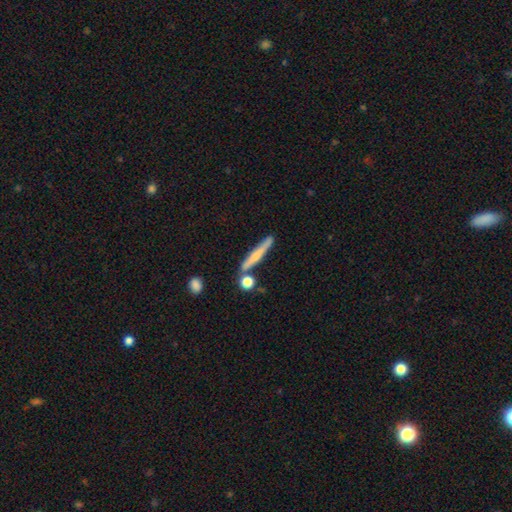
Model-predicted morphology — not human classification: smooth-or-featured: smooth: 48% | featured or disk: 45% | star or artifact: 7%
  merging: none: 75% | minor disturbance: 12% | merger: 10% | major disturbance: 3%